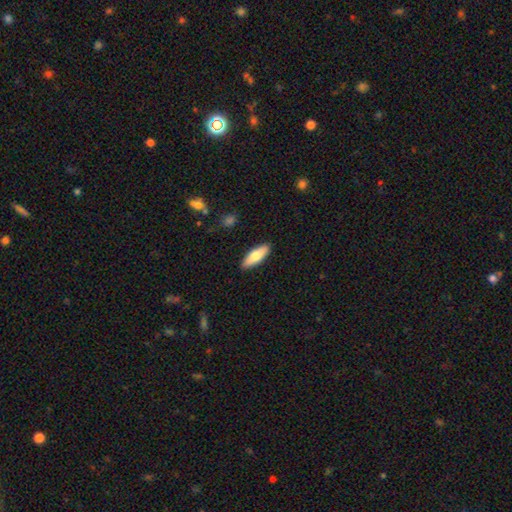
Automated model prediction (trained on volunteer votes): A smooth galaxy with no disk features (72%) that is in between round and cigar-shaped (58%). Merging: none (89%).